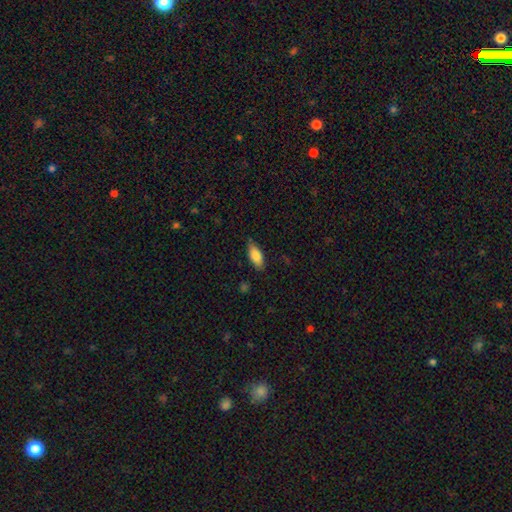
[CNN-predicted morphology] Smooth or featured? Predicted: smooth (p=0.83). How rounded? Predicted: in between (p=0.84). Merging? Predicted: none (p=0.80).